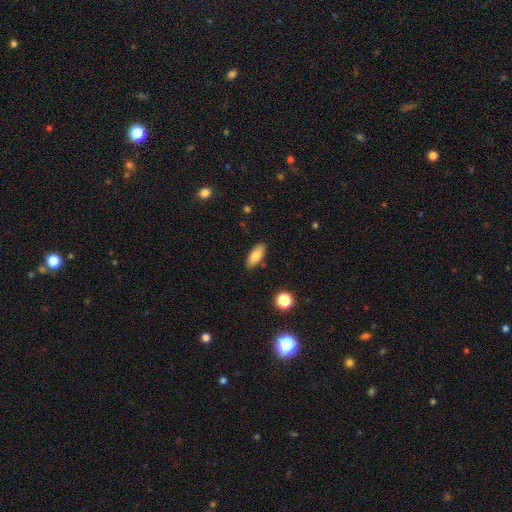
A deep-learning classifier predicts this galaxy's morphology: The model was most divided on "how rounded": in between: 81%, cigar-shaped: 16%, round: 2%. More confident: merging — none (86%); smooth or featured — smooth (82%).